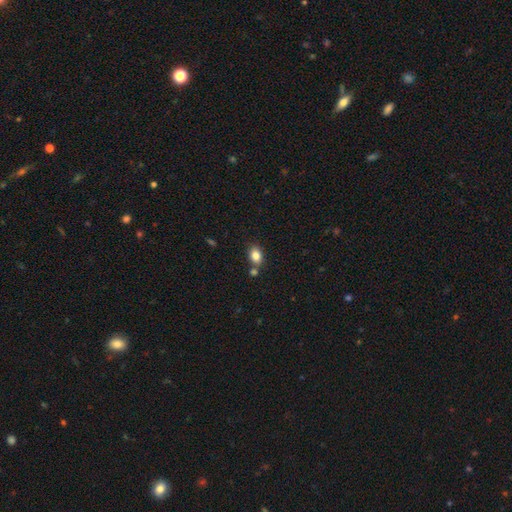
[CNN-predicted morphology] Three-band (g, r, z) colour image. It shows a smooth galaxy with no disk features (83%) that is in between round and cigar-shaped (78%). Merging: none (70%).